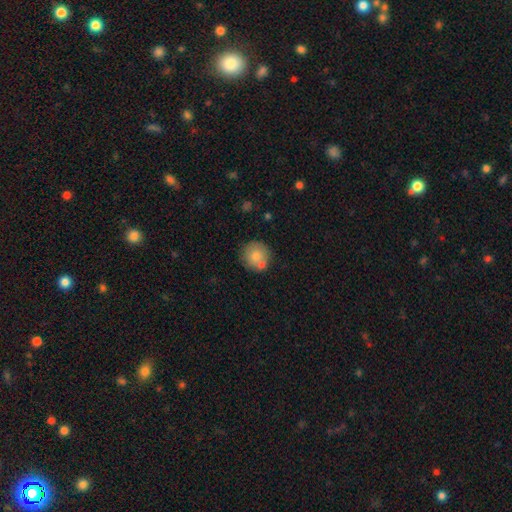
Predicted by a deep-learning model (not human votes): A smooth galaxy with no disk features (75%) that is round (93%). Merging: none (69%).